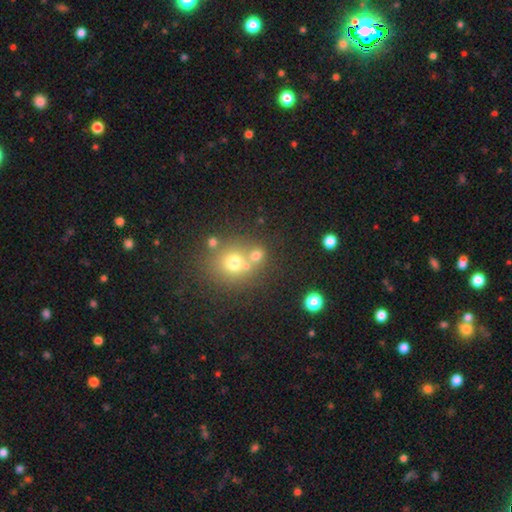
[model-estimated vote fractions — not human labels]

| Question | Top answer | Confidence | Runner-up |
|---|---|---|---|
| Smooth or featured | smooth | 65% | star or artifact (21%) |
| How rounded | round | 82% | in between (17%) |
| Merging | none | 55% | merger (31%) |